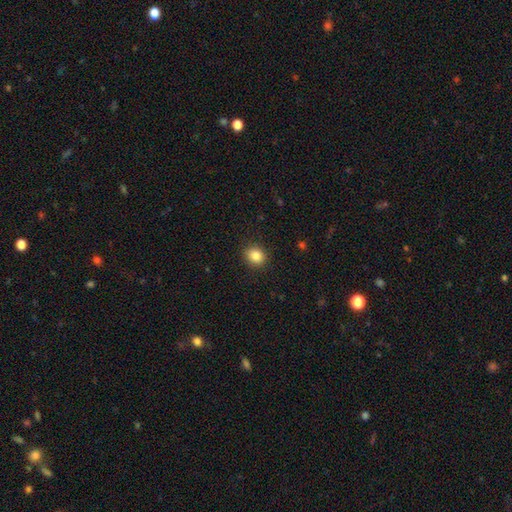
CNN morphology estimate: Q: Smooth or featured?
A: smooth (86%); runner-up: star or artifact (10%)
Q: How rounded?
A: round (71%); runner-up: in between (28%)
Q: Merging?
A: none (90%); runner-up: minor disturbance (7%)